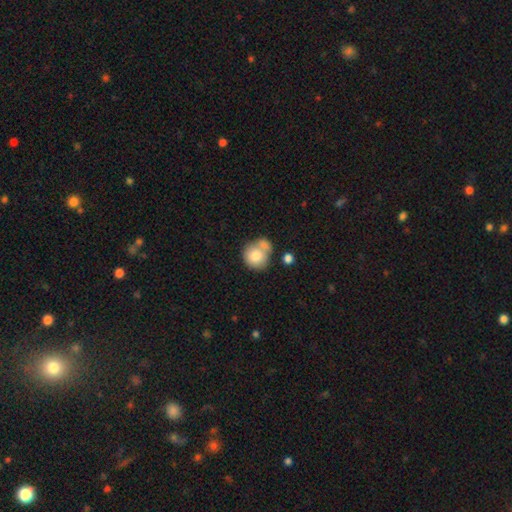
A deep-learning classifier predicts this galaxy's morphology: Overall: smooth (78%). How rounded: round (86%). Merging: merger (41%, tied with none).